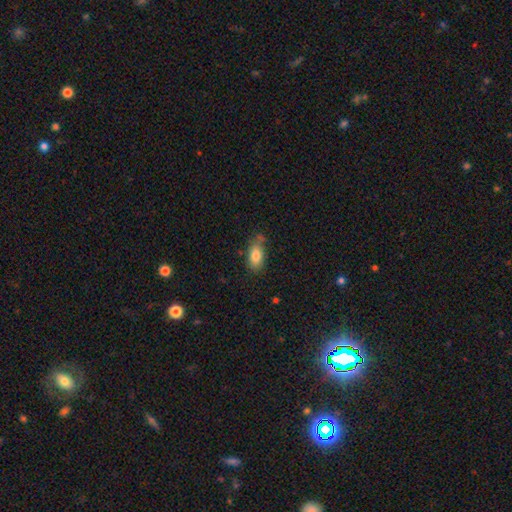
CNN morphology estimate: Q: Smooth or featured?
A: smooth (82%); runner-up: featured or disk (10%)
Q: How rounded?
A: in between (88%); runner-up: round (6%)
Q: Merging?
A: none (63%); runner-up: minor disturbance (25%)